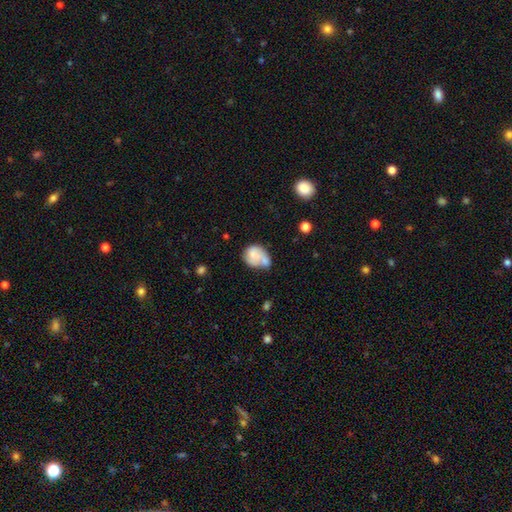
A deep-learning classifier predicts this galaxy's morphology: Smooth or featured? smooth (69%)
How rounded? in between (50%)
Merging? merger (44%)